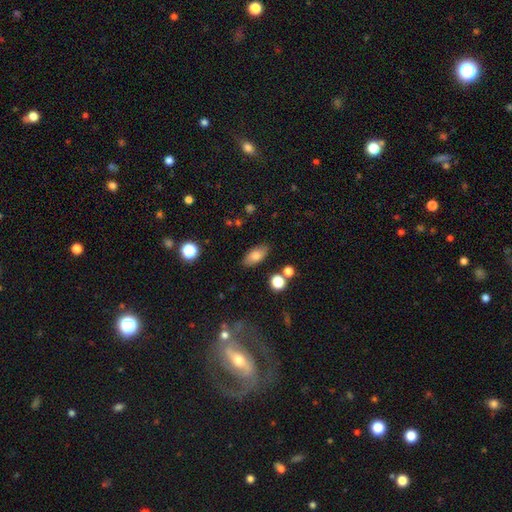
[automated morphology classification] The model was most divided on "smooth or featured": smooth: 78%, featured or disk: 13%, star or artifact: 9%. More confident: how rounded — in between (89%); merging — none (82%).